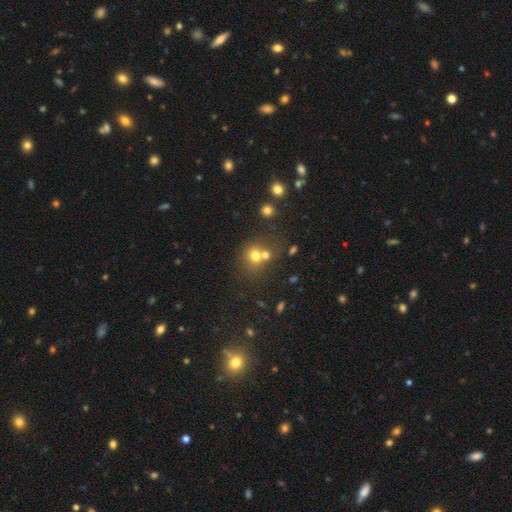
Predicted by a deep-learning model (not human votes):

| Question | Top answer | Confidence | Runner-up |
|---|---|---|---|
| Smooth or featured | smooth | 70% | star or artifact (16%) |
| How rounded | round | 77% | in between (22%) |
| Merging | merger | 44% | tied: none (44%) |